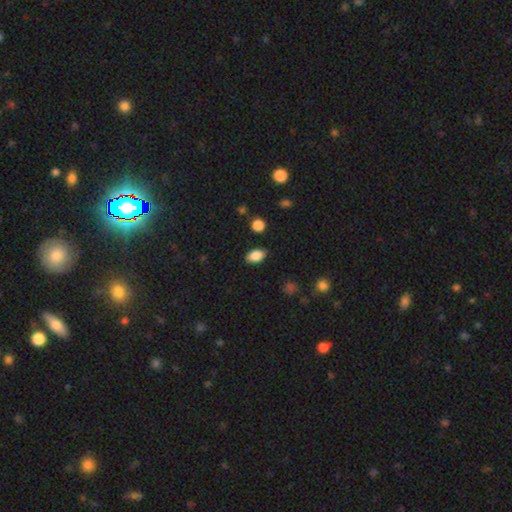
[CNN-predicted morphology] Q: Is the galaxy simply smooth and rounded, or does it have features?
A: smooth — 86%.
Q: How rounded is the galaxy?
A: in between — 89%.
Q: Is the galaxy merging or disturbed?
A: none — 86%.